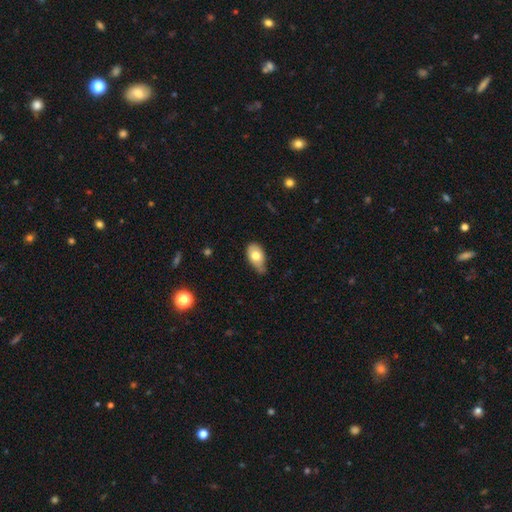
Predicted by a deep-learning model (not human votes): This is likely a smooth galaxy (71%). How rounded: clearly in between (89%). Merging: possibly minor disturbance (49%).